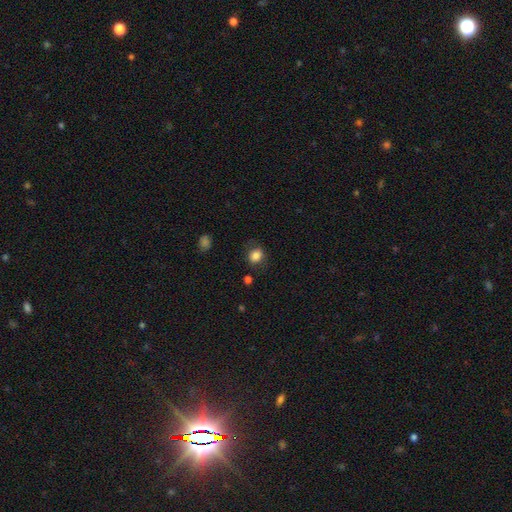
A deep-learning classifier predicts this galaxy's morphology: smooth-or-featured: smooth: 83% | star or artifact: 10% | featured or disk: 6%
  how-rounded: round: 57% | in between: 42% | cigar-shaped: 1%
  merging: none: 75% | minor disturbance: 17% | major disturbance: 6% | merger: 2%